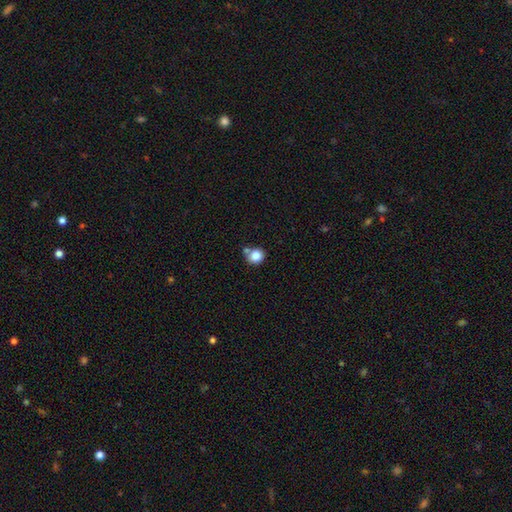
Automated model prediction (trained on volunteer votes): Q: Smooth or featured?
A: smooth (84%); runner-up: star or artifact (10%)
Q: How rounded?
A: round (81%); runner-up: in between (18%)
Q: Merging?
A: none (59%); runner-up: merger (24%)